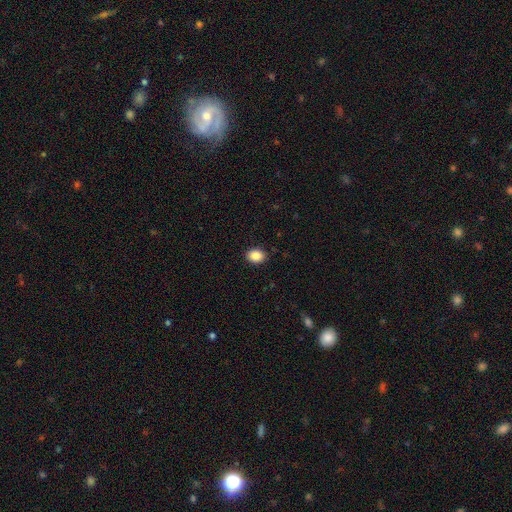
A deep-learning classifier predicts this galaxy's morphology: This is clearly a smooth galaxy (89%). How rounded: likely in between (61%). Merging: clearly none (89%).